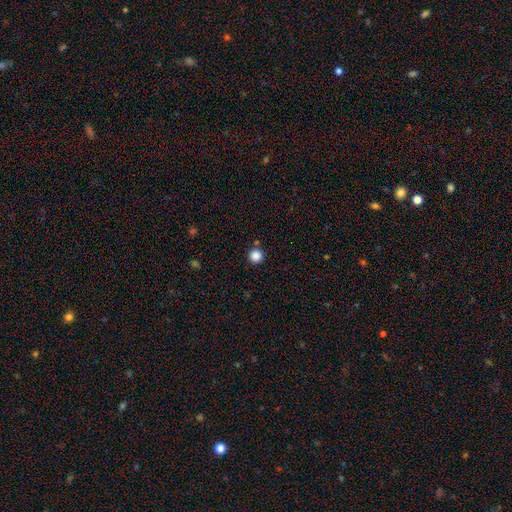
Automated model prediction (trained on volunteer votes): smooth 86%, star or artifact 12%, featured or disk 3%. Down the decision tree: how rounded — round (95%); merging — none (87%).